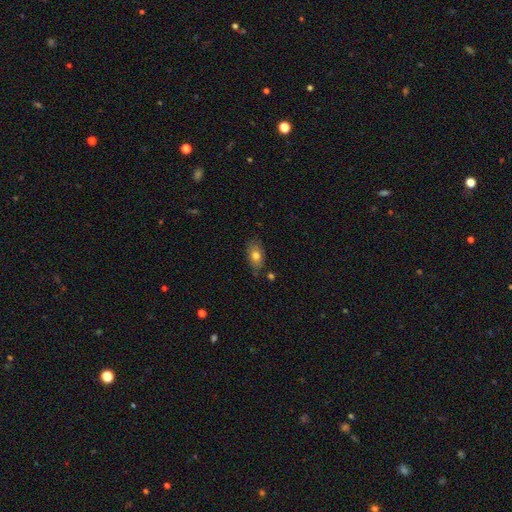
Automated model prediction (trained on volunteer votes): smooth 76%, featured or disk 15%, star or artifact 9%. Down the decision tree: how rounded — in between (86%); merging — none (75%).